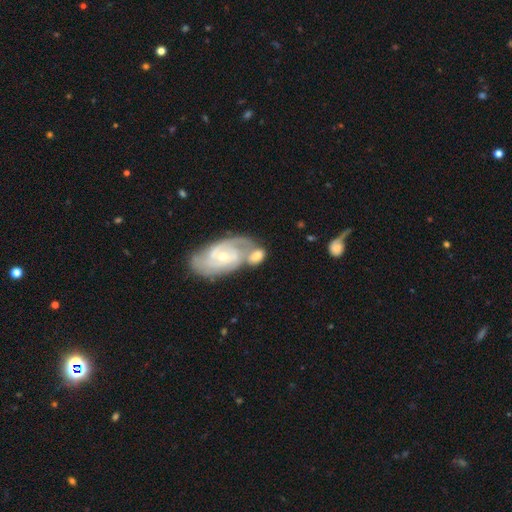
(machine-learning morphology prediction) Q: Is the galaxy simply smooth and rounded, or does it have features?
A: featured or disk — 75%.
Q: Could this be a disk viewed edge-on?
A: no — 95%.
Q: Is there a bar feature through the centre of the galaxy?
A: no — 43%, tied with weak.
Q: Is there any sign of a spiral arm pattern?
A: yes — 92%.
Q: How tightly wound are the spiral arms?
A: tight — 49%.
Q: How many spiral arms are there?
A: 2 — 64%.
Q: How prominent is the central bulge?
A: small — 56%.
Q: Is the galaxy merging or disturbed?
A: merger — 45%.